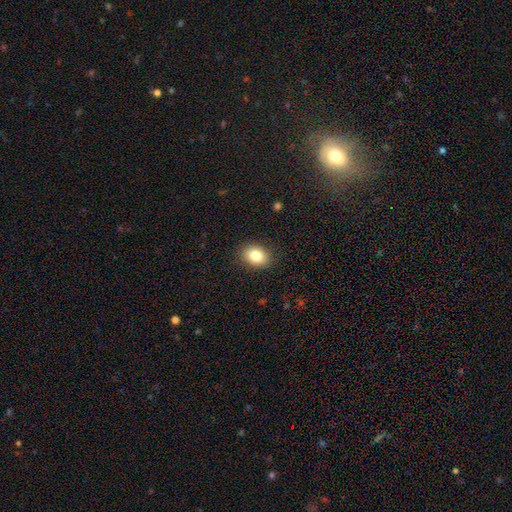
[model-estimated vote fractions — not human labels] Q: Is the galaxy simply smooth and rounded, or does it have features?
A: smooth — 84%.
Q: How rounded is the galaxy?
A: in between — 72%.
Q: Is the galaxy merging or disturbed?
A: none — 88%.